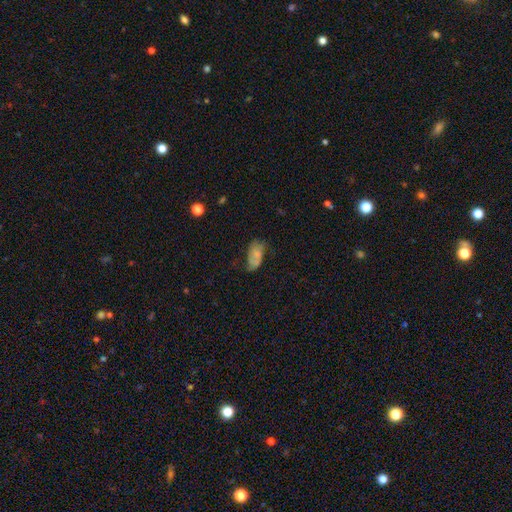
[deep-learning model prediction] This is likely a smooth galaxy (62%). How rounded: clearly in between (92%). Merging: possibly none (45%).